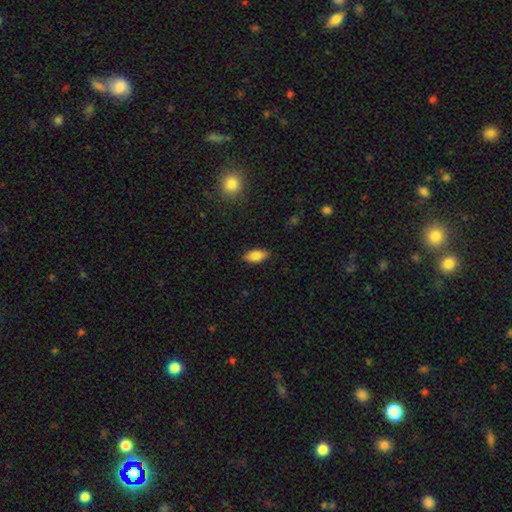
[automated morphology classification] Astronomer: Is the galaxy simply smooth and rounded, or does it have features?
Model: smooth — 81%.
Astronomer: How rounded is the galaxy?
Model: in between — 84%.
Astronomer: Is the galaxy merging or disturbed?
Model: none — 87%.